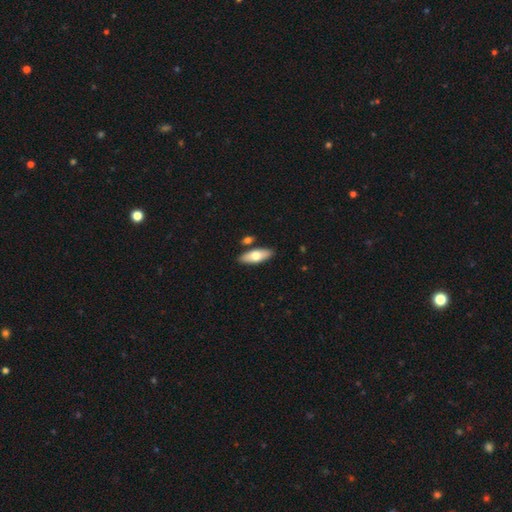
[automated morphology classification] Smooth or featured: smooth — 67% (featured or disk — 27%)
How rounded: in between — 69% (cigar-shaped — 28%)
Merging: none — 82% (minor disturbance — 9%)